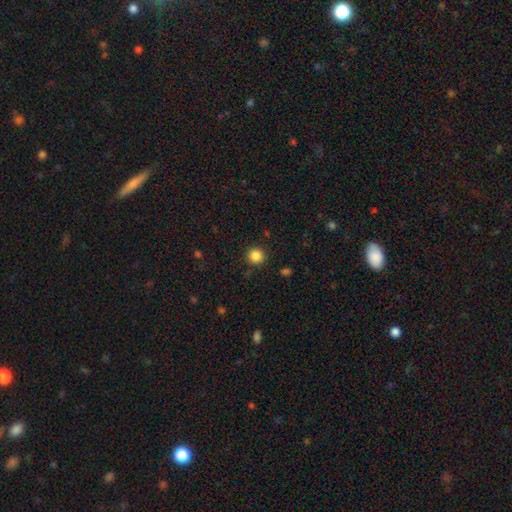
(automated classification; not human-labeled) A smooth galaxy with no disk features (85%) that is round (93%).

Vote fractions:
- Smooth or featured? smooth: 85% / star or artifact: 11% / featured or disk: 4%
- How rounded? round: 93% / in between: 6% / cigar-shaped: 1%
- Merging? none: 90% / minor disturbance: 6% / major disturbance: 2% / merger: 1%